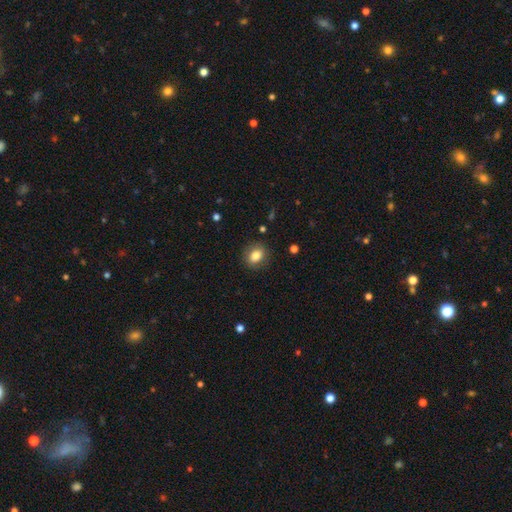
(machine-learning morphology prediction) A smooth galaxy with no disk features (82%) that is round (54%).

Vote fractions:
- Smooth or featured? smooth: 82% / star or artifact: 9% / featured or disk: 9%
- How rounded? round: 54% / in between: 45% / cigar-shaped: 1%
- Merging? none: 86% / minor disturbance: 10% / major disturbance: 3% / merger: 1%